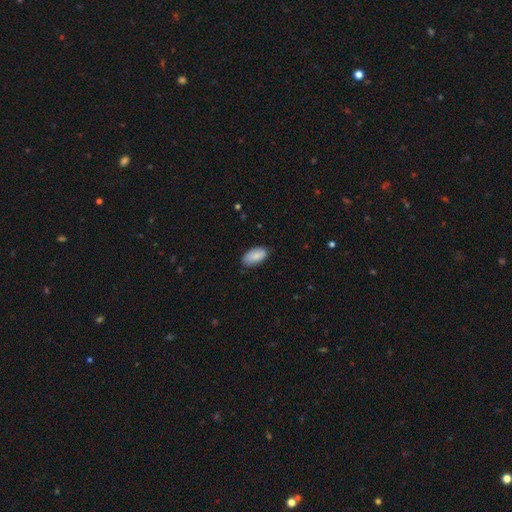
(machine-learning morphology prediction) Smooth or featured? Predicted: smooth (p=0.86). How rounded? Predicted: in between (p=0.94). Merging? Predicted: none (p=0.77).